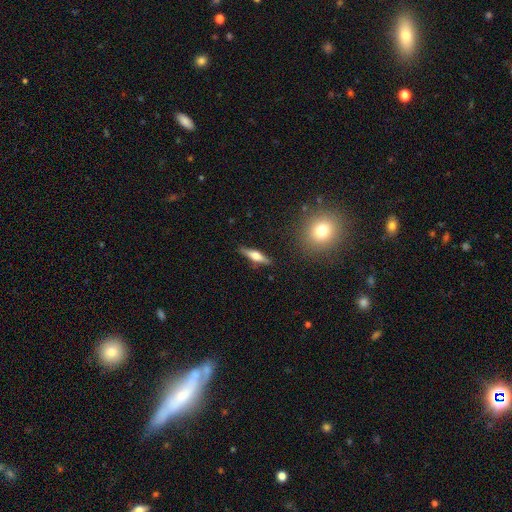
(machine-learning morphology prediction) smooth-or-featured: featured or disk: 53% | smooth: 40% | star or artifact: 7%
  disk-edge-on: yes: 95% | no: 5%
    edge-on-bulge: rounded: 85% | boxy: 12% | none: 3%
  merging: none: 85% | minor disturbance: 11% | major disturbance: 3% | merger: 2%